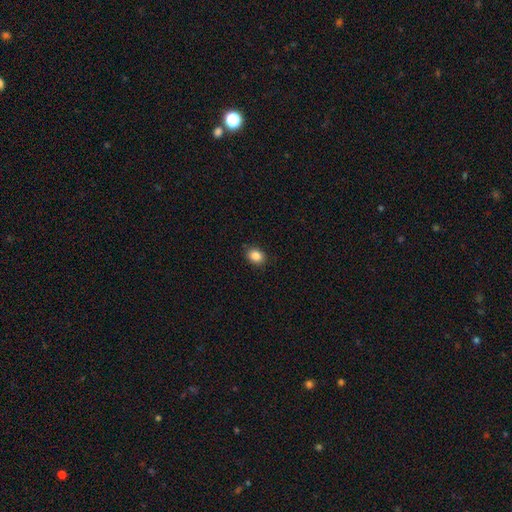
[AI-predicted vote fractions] Q: Smooth or featured?
A: smooth (86%); runner-up: star or artifact (9%)
Q: How rounded?
A: in between (59%); runner-up: round (40%)
Q: Merging?
A: none (87%); runner-up: minor disturbance (10%)